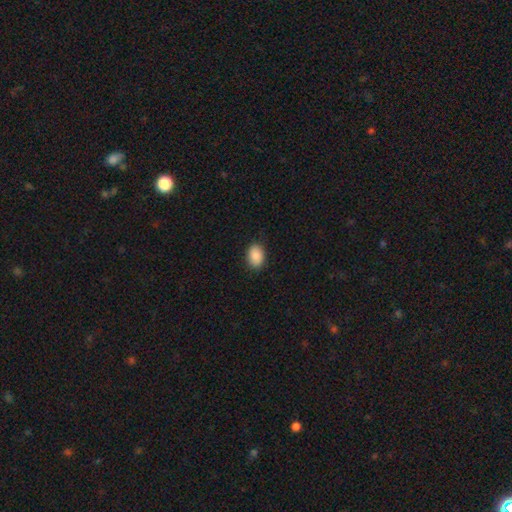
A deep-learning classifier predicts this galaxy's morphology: Smooth or featured? Predicted: smooth (p=0.90). How rounded? Predicted: in between (p=0.82). Merging? Predicted: none (p=0.87).